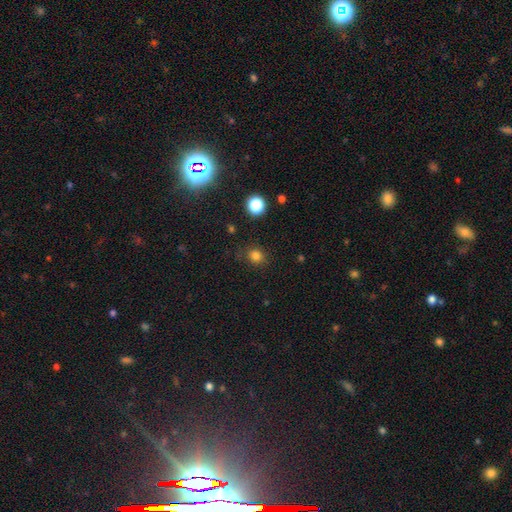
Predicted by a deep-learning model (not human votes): Smooth or featured: smooth — 80% (star or artifact — 15%)
How rounded: round — 83% (in between — 16%)
Merging: none — 82% (minor disturbance — 12%)